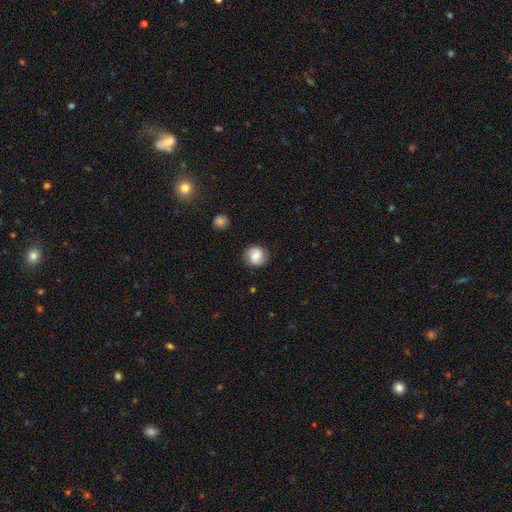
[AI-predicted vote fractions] A smooth galaxy with no disk features (63%) that is round (85%).

Vote fractions:
- Smooth or featured? smooth: 63% / featured or disk: 28% / star or artifact: 9%
- How rounded? round: 85% / in between: 14% / cigar-shaped: 1%
- Merging? none: 83% / minor disturbance: 13% / major disturbance: 4% / merger: 1%